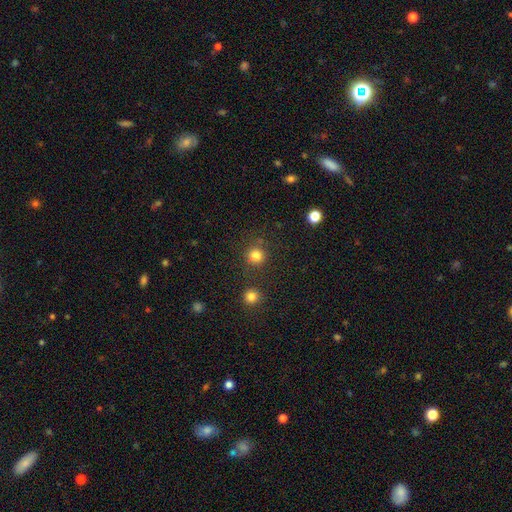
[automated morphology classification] Smooth or featured: smooth — 81% (star or artifact — 15%)
How rounded: round — 92% (in between — 7%)
Merging: none — 80% (minor disturbance — 9%)